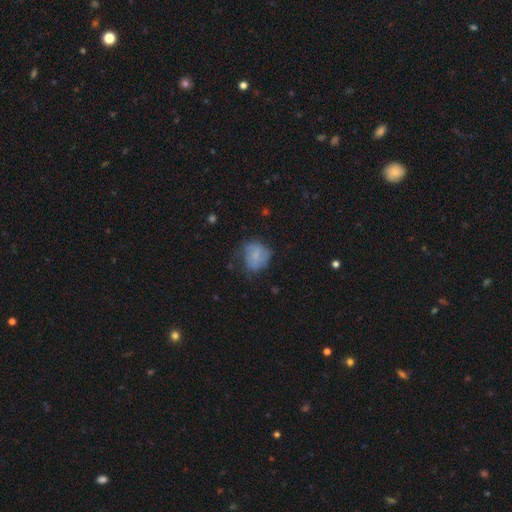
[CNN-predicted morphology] This is likely a smooth galaxy (66%). How rounded: likely round (65%). Merging: possibly none (49%).